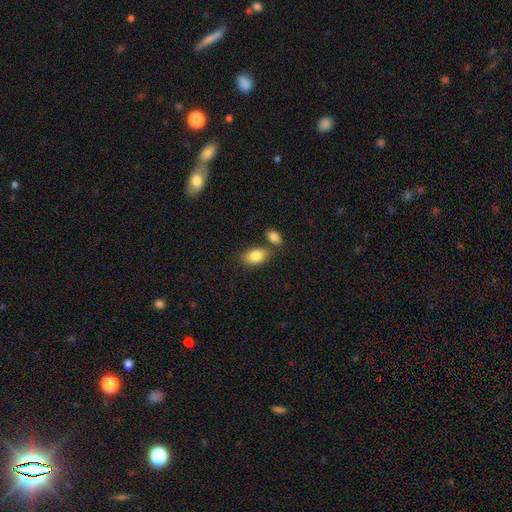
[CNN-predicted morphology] Q: Smooth or featured?
A: smooth (85%); runner-up: featured or disk (8%)
Q: How rounded?
A: in between (89%); runner-up: round (10%)
Q: Merging?
A: none (63%); runner-up: merger (20%)